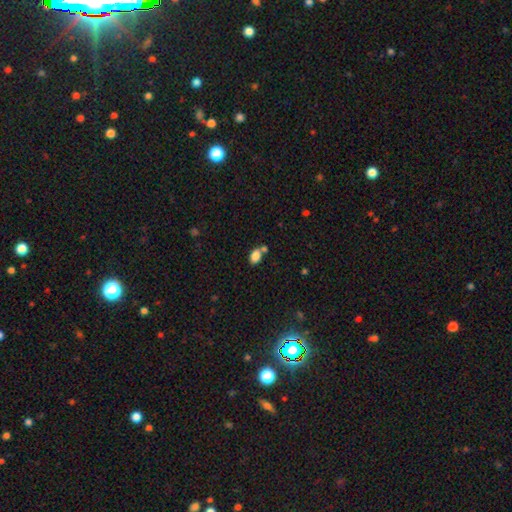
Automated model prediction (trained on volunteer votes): The model was most divided on "merging": none: 55%, merger: 27%, minor disturbance: 13%, major disturbance: 5%. More confident: smooth or featured — smooth (85%); how rounded — in between (82%).